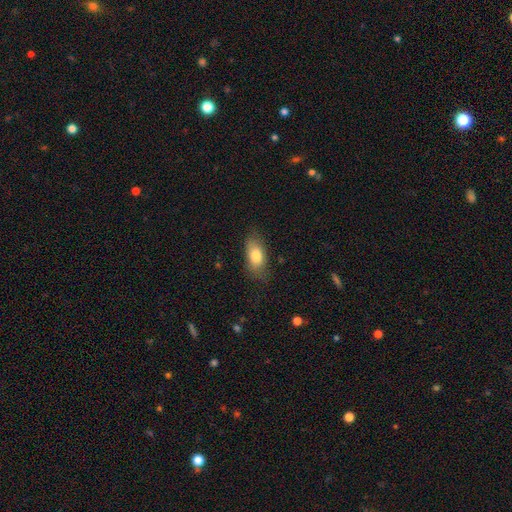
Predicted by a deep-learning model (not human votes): Overall: smooth (81%). How rounded: in between (88%). Merging: none (73%).